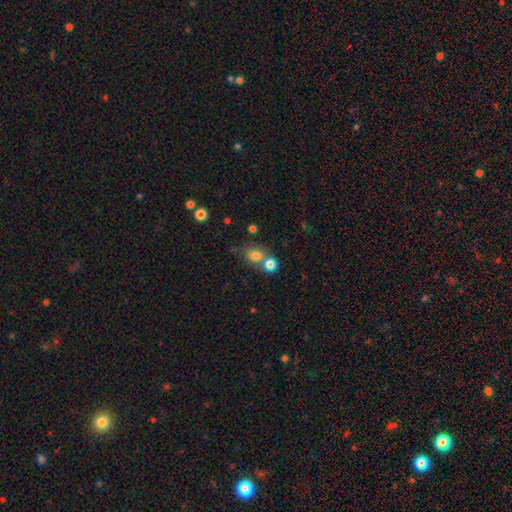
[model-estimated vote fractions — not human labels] A smooth galaxy with no disk features (79%) that is round (62%). Merging: none (46%).